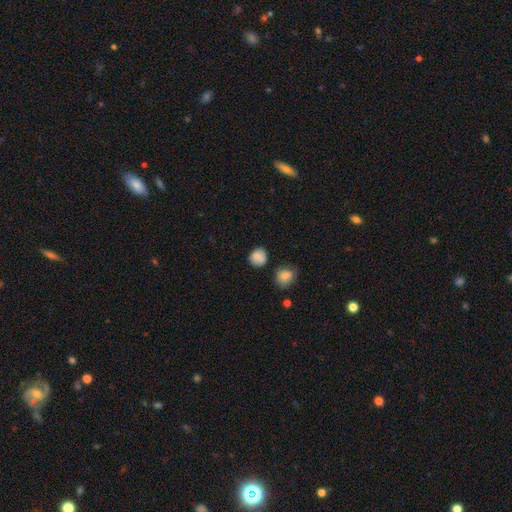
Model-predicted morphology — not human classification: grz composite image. It shows a smooth galaxy with no disk features (82%) that is round (85%). Merging: none (77%).